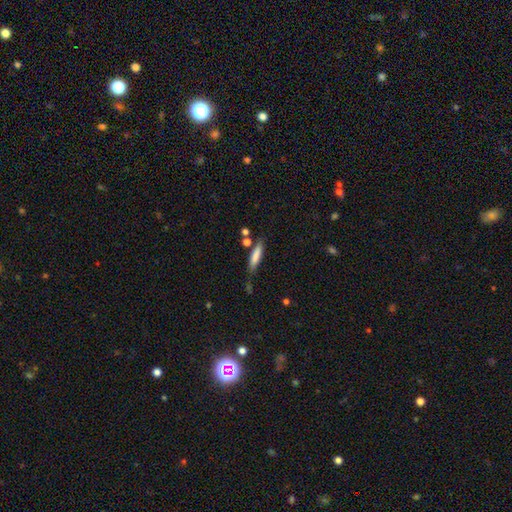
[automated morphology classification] Q: Smooth or featured?
A: smooth (78%); runner-up: featured or disk (15%)
Q: How rounded?
A: cigar-shaped (79%); runner-up: in between (19%)
Q: Merging?
A: none (71%); runner-up: minor disturbance (18%)